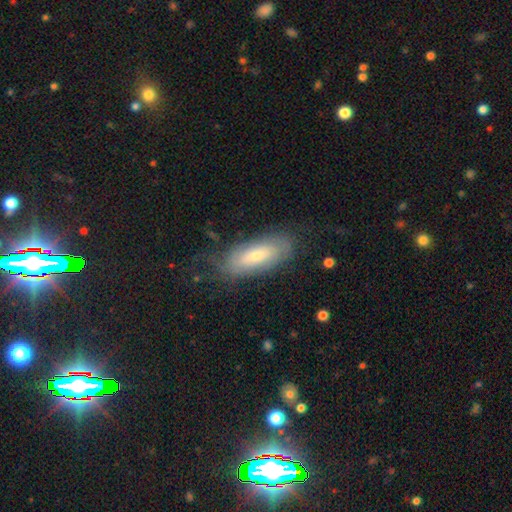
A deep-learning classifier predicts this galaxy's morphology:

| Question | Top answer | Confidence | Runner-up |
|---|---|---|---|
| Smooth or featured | smooth | 54% | featured or disk (39%) |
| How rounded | in between | 72% | cigar-shaped (26%) |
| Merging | none | 68% | minor disturbance (21%) |